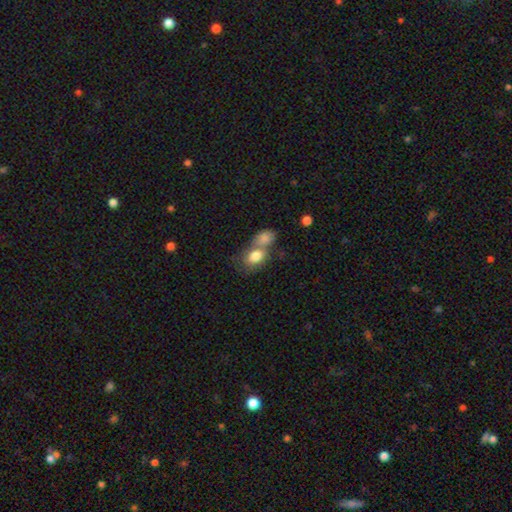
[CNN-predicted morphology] Smooth or featured? Predicted: smooth (p=0.81). How rounded? Predicted: in between (p=0.77). Merging? Predicted: merger (p=0.57).